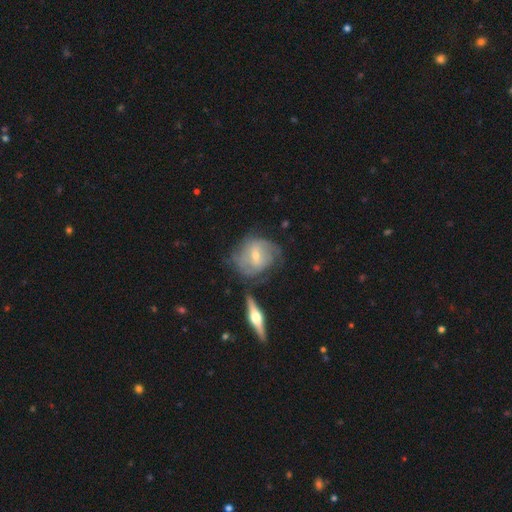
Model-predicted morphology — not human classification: smooth_or_featured: featured or disk (p=0.73) [alt: smooth p=0.20]
disk_edge_on: no (p=0.92) [alt: yes p=0.08]
bar: weak (p=0.49) [alt: no p=0.33]
has_spiral_arms: yes (p=0.83) [alt: no p=0.17]
spiral_winding: tight (p=0.49) [alt: medium p=0.35]
spiral_arm_count: 2 (p=0.38) [alt: can't tell p=0.37]
bulge_size: small (p=0.55) [alt: moderate p=0.42]
merging: none (p=0.57) [alt: minor disturbance p=0.22]